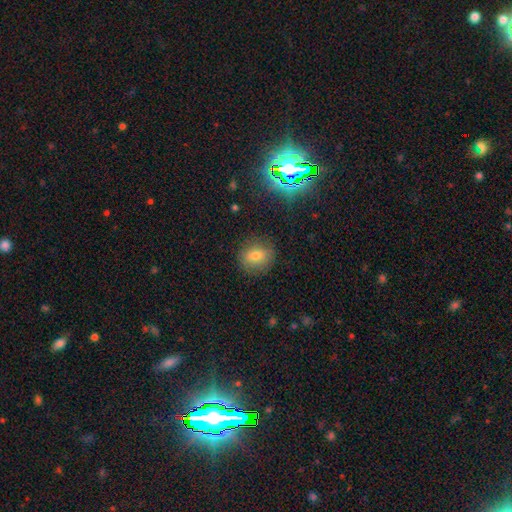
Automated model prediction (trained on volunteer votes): Smooth or featured? smooth (72%)
How rounded? round (69%)
Merging? none (85%)